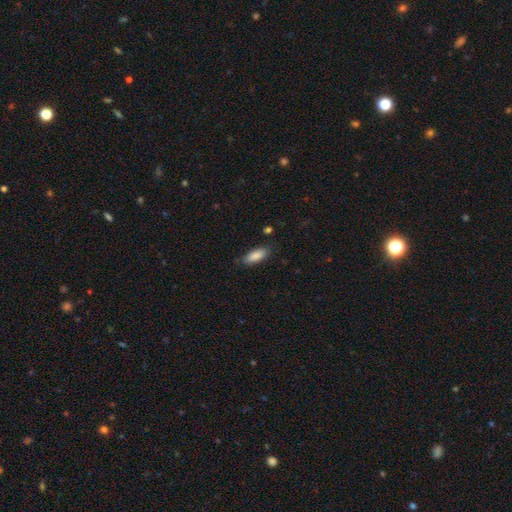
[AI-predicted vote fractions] This appears to be a smooth galaxy with no disk features (87%) that is in between round and cigar-shaped (77%). Merging: none (81%).